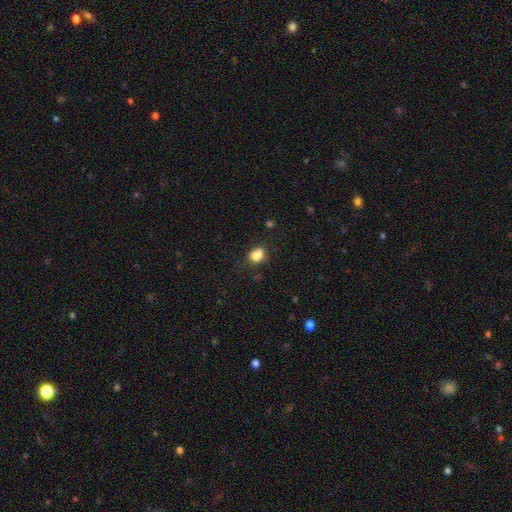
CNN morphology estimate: Q: Smooth or featured?
A: smooth (77%); runner-up: star or artifact (12%)
Q: How rounded?
A: round (60%); runner-up: in between (39%)
Q: Merging?
A: none (45%); runner-up: merger (30%)